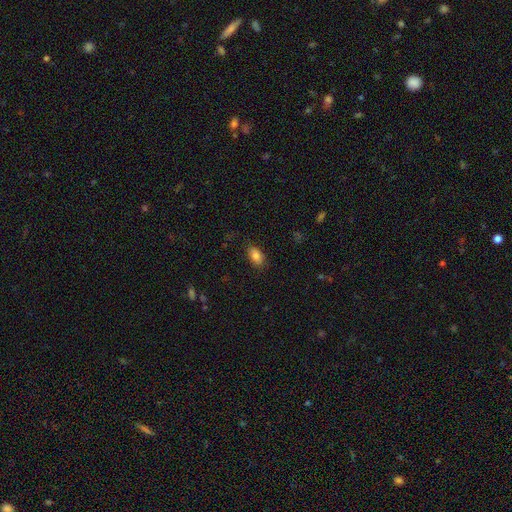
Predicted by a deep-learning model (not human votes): A smooth galaxy with no disk features (84%) that is in between round and cigar-shaped (91%). Merging: none (83%).